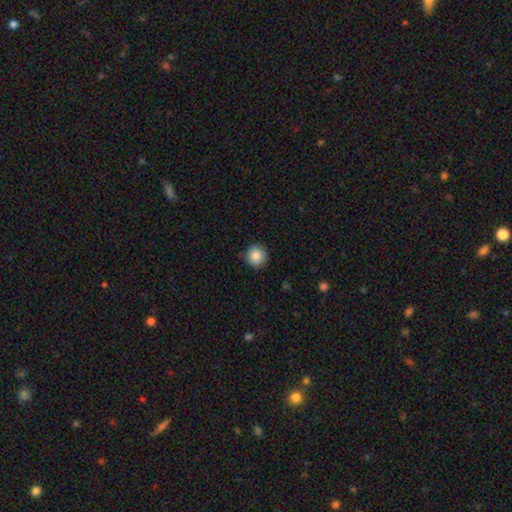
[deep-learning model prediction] Overall: smooth (85%). How rounded: round (92%). Merging: none (88%).